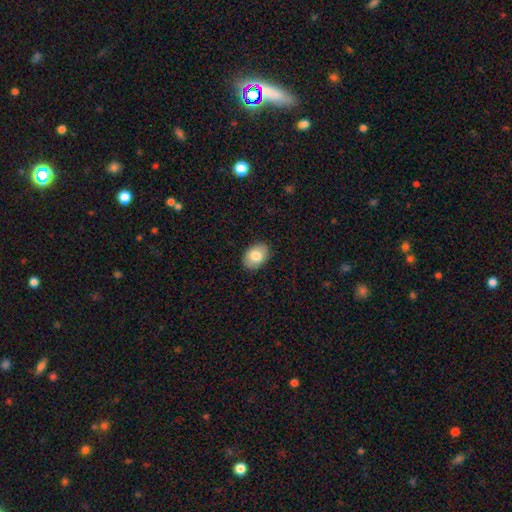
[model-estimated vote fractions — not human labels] smooth-or-featured: smooth: 81% | featured or disk: 13% | star or artifact: 7%
  how-rounded: in between: 85% | round: 14% | cigar-shaped: 1%
  merging: none: 88% | minor disturbance: 9% | major disturbance: 2% | merger: 1%